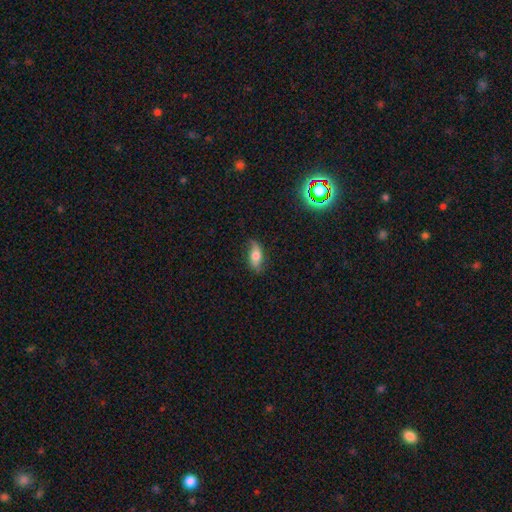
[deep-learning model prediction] Smooth or featured? smooth (57%)
How rounded? in between (79%)
Merging? none (70%)